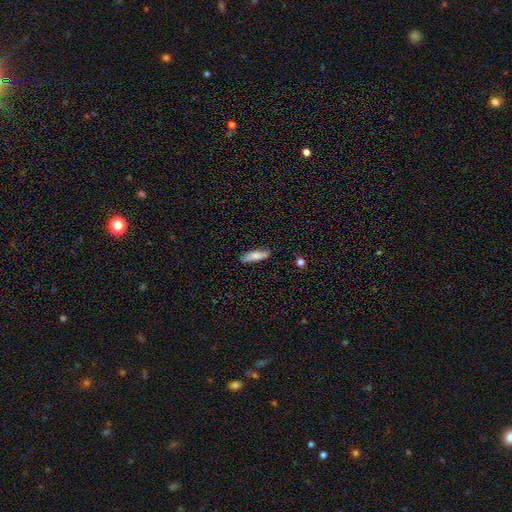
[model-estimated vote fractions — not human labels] This is likely a smooth galaxy (79%). How rounded: possibly cigar-shaped (53%). Merging: clearly none (80%).